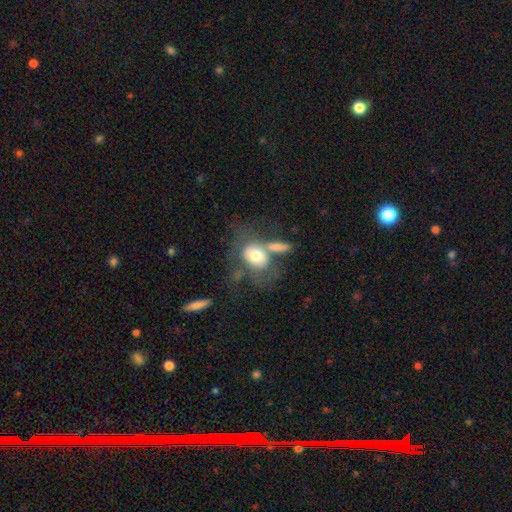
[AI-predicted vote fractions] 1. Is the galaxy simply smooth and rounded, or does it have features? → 64% smooth, 28% featured or disk, 8% star or artifact.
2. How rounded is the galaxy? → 64% in between, 34% round, 2% cigar-shaped.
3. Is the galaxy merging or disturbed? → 37% merger, 30% none, 19% major disturbance, 15% minor disturbance.